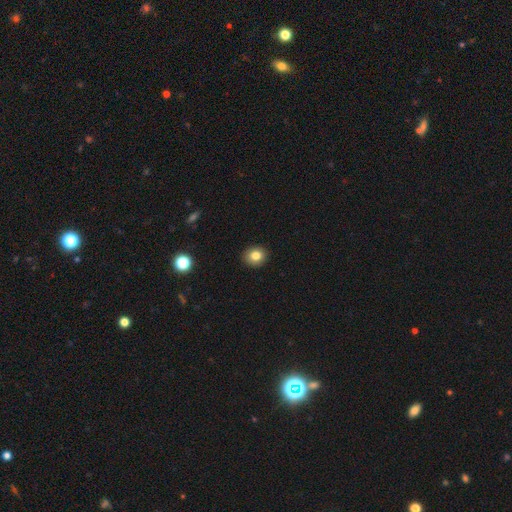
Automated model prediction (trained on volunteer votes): A smooth galaxy with no disk features (82%) that is round (76%).

Vote fractions:
- Smooth or featured? smooth: 82% / star or artifact: 11% / featured or disk: 7%
- How rounded? round: 76% / in between: 23% / cigar-shaped: 1%
- Merging? none: 91% / minor disturbance: 6% / major disturbance: 2% / merger: 1%